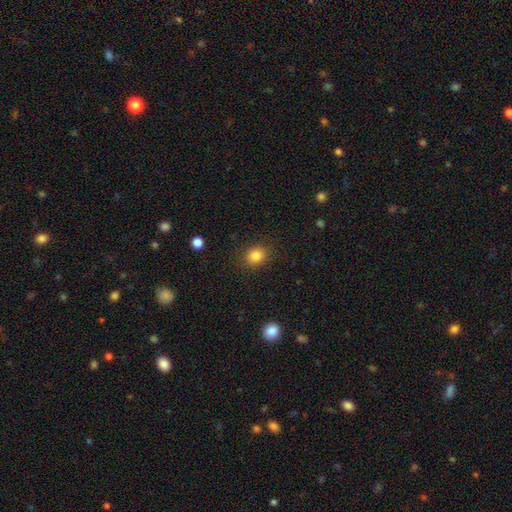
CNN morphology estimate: smooth-or-featured: smooth: 84% | star or artifact: 11% | featured or disk: 5%
  how-rounded: round: 70% | in between: 29% | cigar-shaped: 1%
  merging: none: 88% | minor disturbance: 8% | major disturbance: 3% | merger: 1%